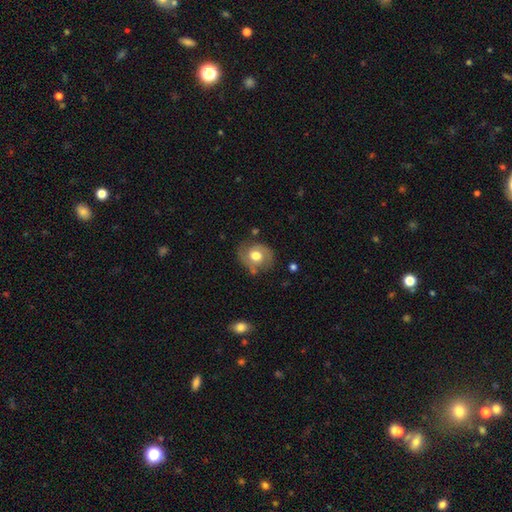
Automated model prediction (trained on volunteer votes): The model was most divided on "smooth or featured": featured or disk: 47%, smooth: 46%, star or artifact: 7%. More confident: merging — none (70%).